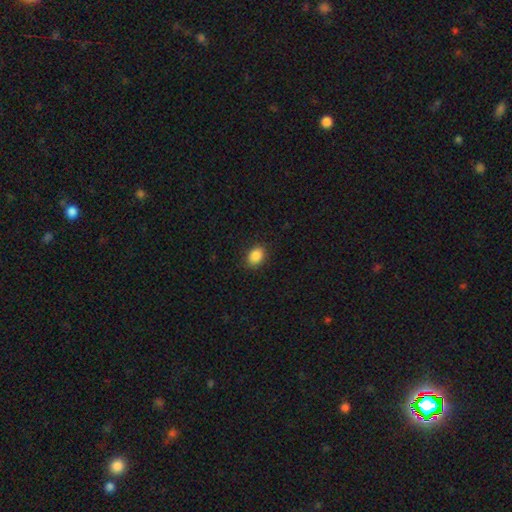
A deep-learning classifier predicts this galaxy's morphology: The model was most divided on "how rounded": in between: 64%, round: 35%, cigar-shaped: 1%. More confident: smooth or featured — smooth (88%); merging — none (88%).